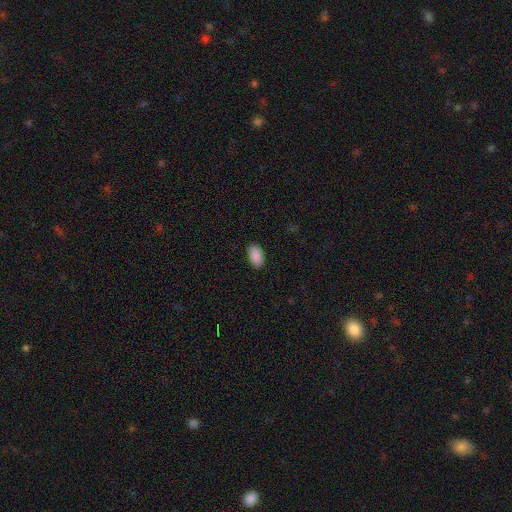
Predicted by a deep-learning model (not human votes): The model was most divided on "merging": none: 89%, minor disturbance: 8%, major disturbance: 2%, merger: 1%. More confident: how rounded — in between (95%); smooth or featured — smooth (90%).